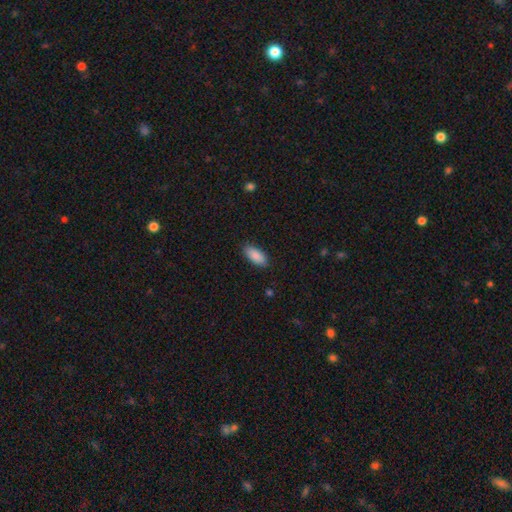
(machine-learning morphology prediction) Smooth or featured? Predicted: smooth (p=0.89). How rounded? Predicted: in between (p=0.87). Merging? Predicted: none (p=0.88).